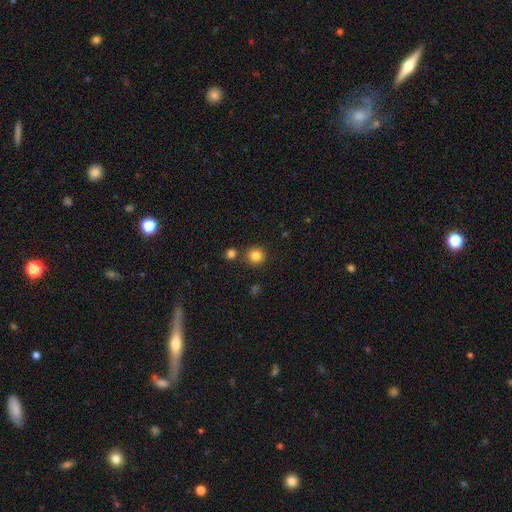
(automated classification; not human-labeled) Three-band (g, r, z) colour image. It shows a smooth galaxy with no disk features (84%) that is round (92%). Merging: none (83%).